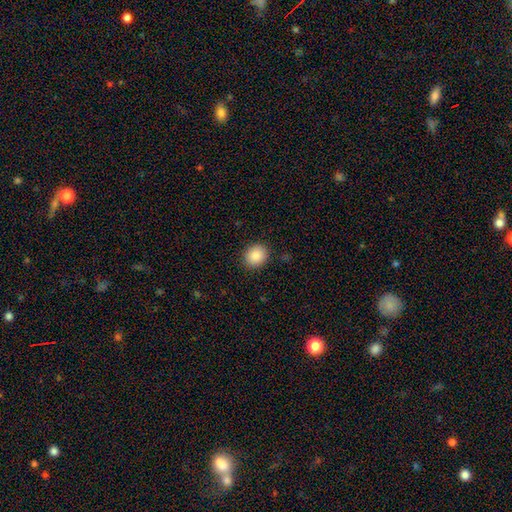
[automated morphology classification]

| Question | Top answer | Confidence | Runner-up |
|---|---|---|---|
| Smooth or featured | smooth | 87% | star or artifact (8%) |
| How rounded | round | 66% | in between (33%) |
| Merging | none | 89% | minor disturbance (8%) |